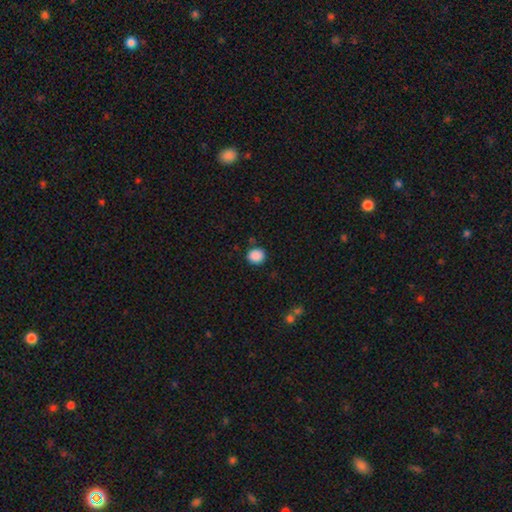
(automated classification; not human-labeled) smooth_or_featured: smooth (p=0.88) [alt: star or artifact p=0.09]
how_rounded: round (p=0.82) [alt: in between p=0.17]
merging: none (p=0.85) [alt: minor disturbance p=0.09]